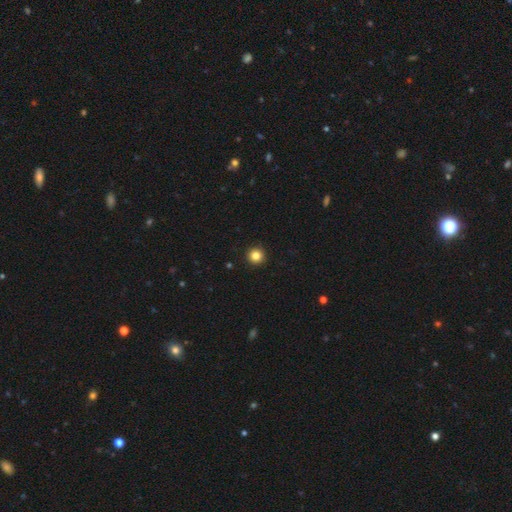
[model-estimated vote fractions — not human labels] The model was most divided on "smooth or featured": smooth: 84%, star or artifact: 11%, featured or disk: 4%. More confident: how rounded — round (96%); merging — none (94%).